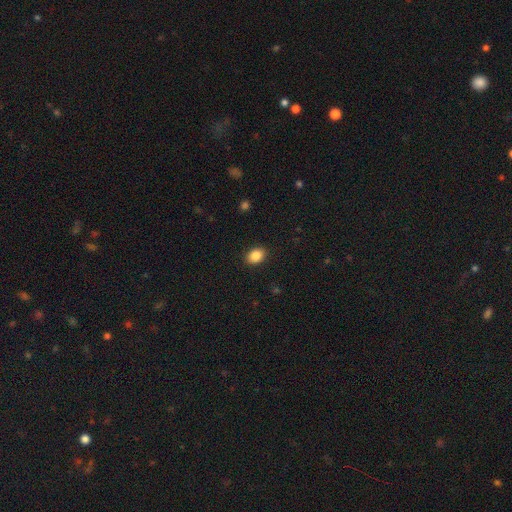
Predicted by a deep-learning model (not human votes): Overall: smooth (87%). How rounded: in between (71%). Merging: none (90%).